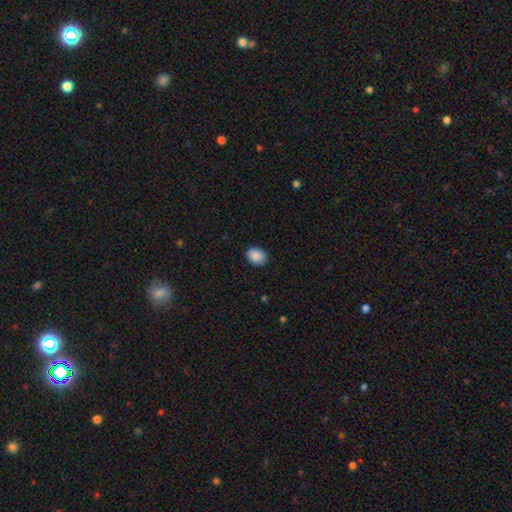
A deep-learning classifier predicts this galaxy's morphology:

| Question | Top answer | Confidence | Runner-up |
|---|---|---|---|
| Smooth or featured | smooth | 89% | star or artifact (8%) |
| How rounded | in between | 63% | round (36%) |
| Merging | none | 87% | minor disturbance (10%) |